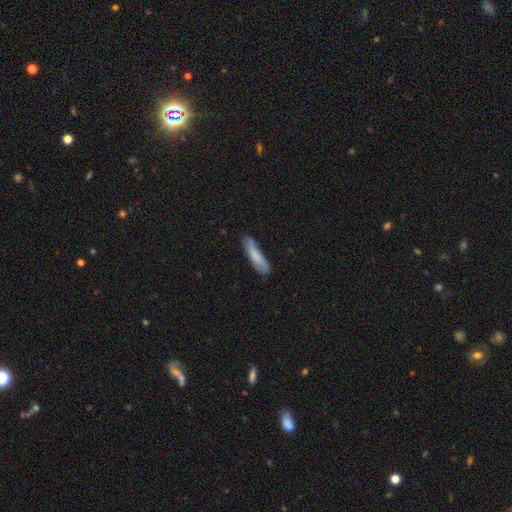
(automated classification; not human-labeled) Overall: smooth (75%). How rounded: cigar-shaped (79%). Merging: none (71%).